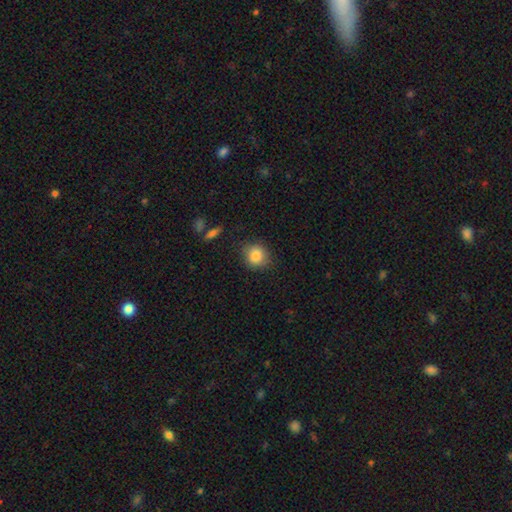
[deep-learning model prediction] This is clearly a smooth galaxy (85%). How rounded: clearly round (81%). Merging: clearly none (82%).